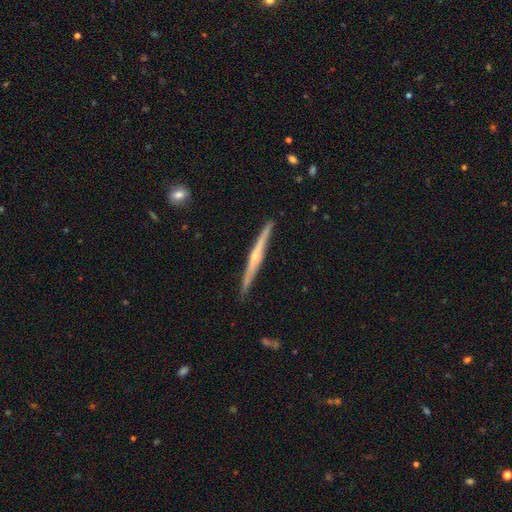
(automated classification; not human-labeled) This appears to be a featured or disk galaxy (75%) viewed edge-on (98%) with a rounded central bulge (72%). Merging: none (90%).